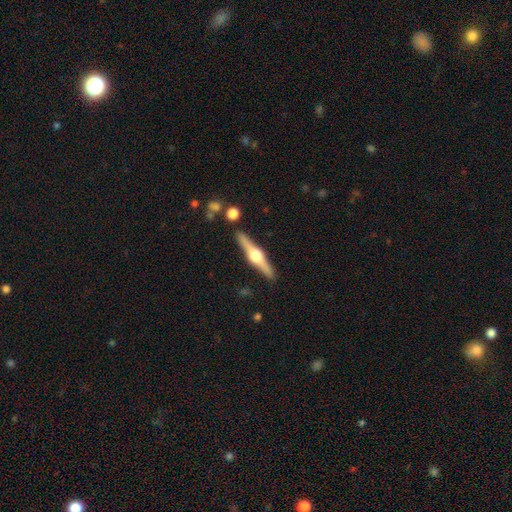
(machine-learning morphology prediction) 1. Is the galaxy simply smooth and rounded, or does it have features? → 80% featured or disk, 15% smooth, 5% star or artifact.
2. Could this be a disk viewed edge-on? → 98% yes, 2% no.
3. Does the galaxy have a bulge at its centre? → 95% rounded, 4% boxy, 1% none.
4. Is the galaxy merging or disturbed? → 89% none, 7% minor disturbance, 2% merger, 2% major disturbance.